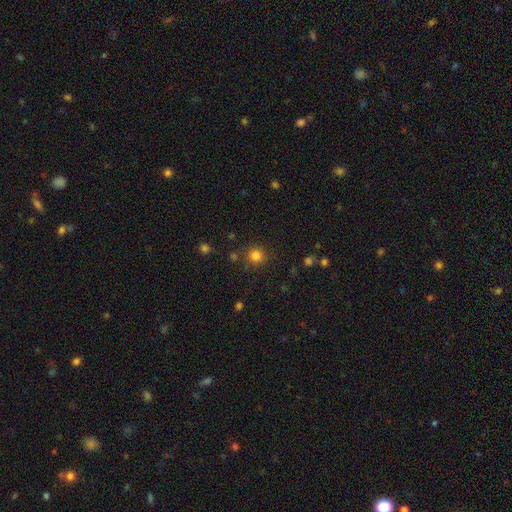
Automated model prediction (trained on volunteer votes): smooth_or_featured: smooth (p=0.81) [alt: star or artifact p=0.14]
how_rounded: round (p=0.91) [alt: in between p=0.08]
merging: none (p=0.84) [alt: minor disturbance p=0.09]